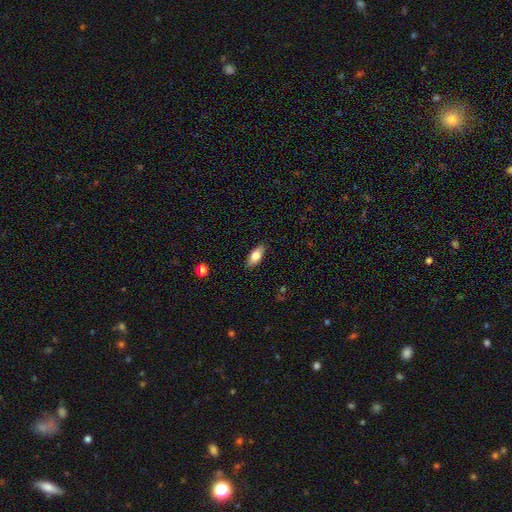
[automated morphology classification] Overall: smooth (76%). How rounded: in between (82%). Merging: none (87%).